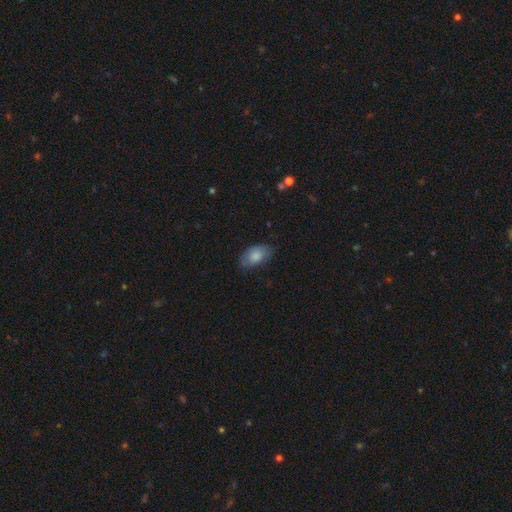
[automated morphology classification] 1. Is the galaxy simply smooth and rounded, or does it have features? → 80% smooth, 14% featured or disk, 6% star or artifact.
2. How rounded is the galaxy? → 94% in between, 4% round, 2% cigar-shaped.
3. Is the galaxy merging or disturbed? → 70% none, 23% minor disturbance, 5% major disturbance, 1% merger.